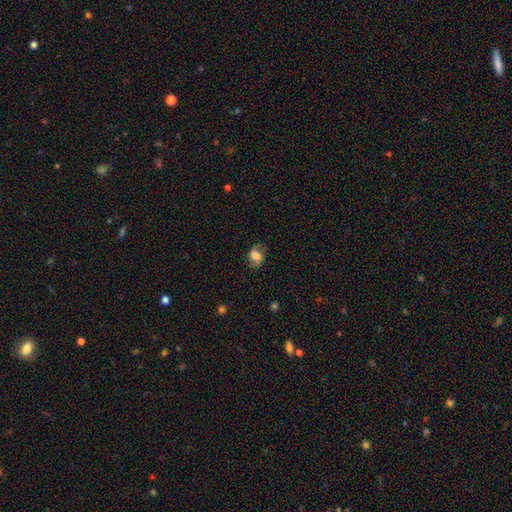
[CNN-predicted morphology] This appears to be a smooth galaxy with no disk features (60%) that is in between round and cigar-shaped (71%). Merging: none (71%).